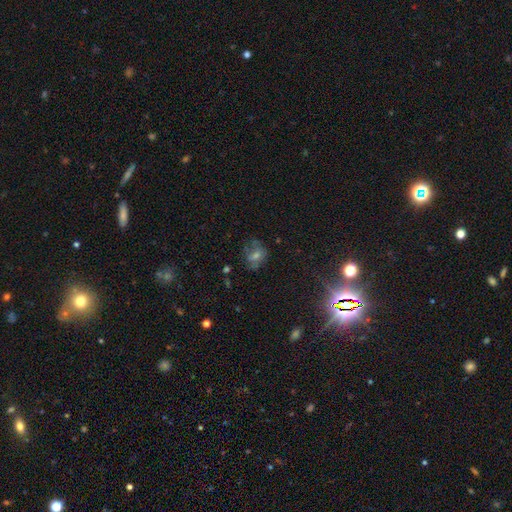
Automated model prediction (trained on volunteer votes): This is marginally a star or artifact rather than a galaxy (40%).